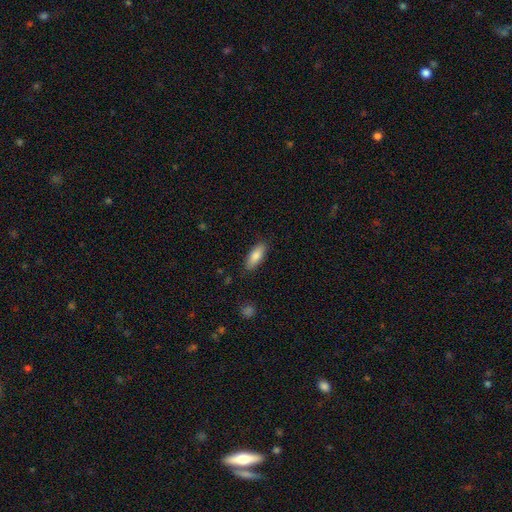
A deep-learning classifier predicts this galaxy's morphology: This is clearly a smooth galaxy (84%). How rounded: likely in between (73%). Merging: clearly none (86%).